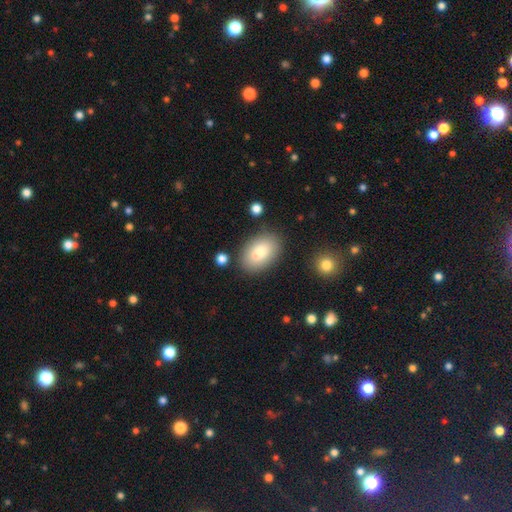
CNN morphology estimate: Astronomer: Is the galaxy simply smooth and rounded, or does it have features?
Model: smooth — 77%.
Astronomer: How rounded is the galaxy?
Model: in between — 88%.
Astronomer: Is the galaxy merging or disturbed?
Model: none — 76%.